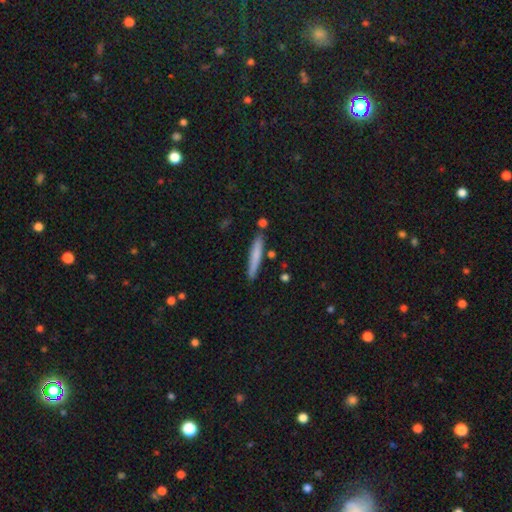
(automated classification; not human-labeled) Smooth or featured?
  - smooth: 73% *
  - featured or disk: 21%
  - star or artifact: 6%
How rounded?
  - cigar-shaped: 94% *
  - in between: 5%
  - round: 1%
Merging?
  - none: 83% *
  - minor disturbance: 11%
  - merger: 4%
  - major disturbance: 2%